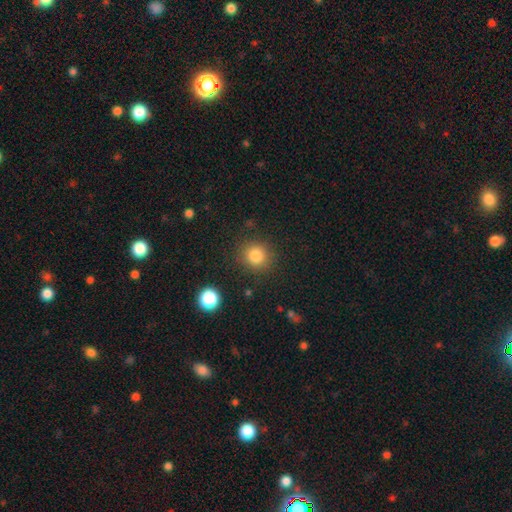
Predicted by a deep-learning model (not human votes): Smooth or featured? Predicted: smooth (p=0.83). How rounded? Predicted: round (p=0.86). Merging? Predicted: none (p=0.87).